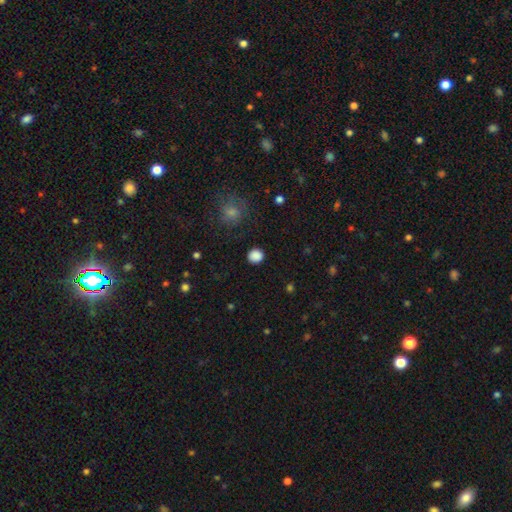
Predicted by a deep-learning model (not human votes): Q: Smooth or featured?
A: smooth (87%); runner-up: star or artifact (10%)
Q: How rounded?
A: round (88%); runner-up: in between (11%)
Q: Merging?
A: none (90%); runner-up: minor disturbance (7%)